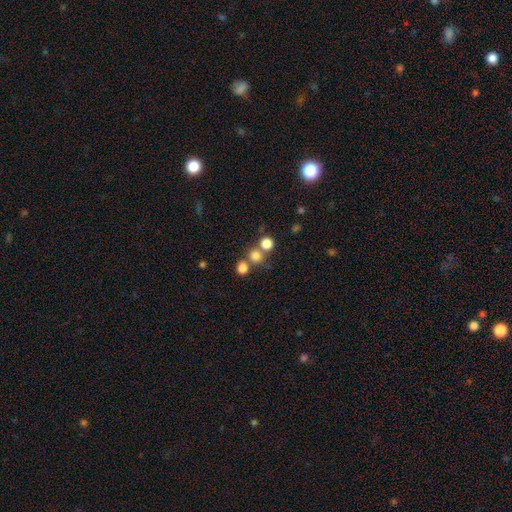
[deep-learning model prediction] smooth_or_featured: smooth (p=0.75) [alt: star or artifact p=0.17]
how_rounded: round (p=0.90) [alt: in between p=0.09]
merging: none (p=0.62) [alt: merger p=0.28]